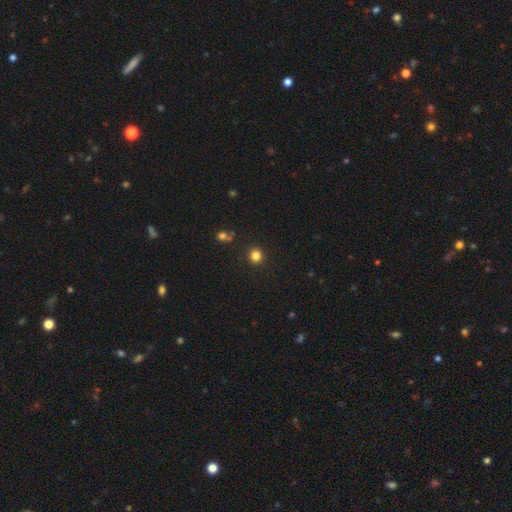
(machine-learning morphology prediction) This is clearly a smooth galaxy (83%). How rounded: clearly round (89%). Merging: clearly none (90%).